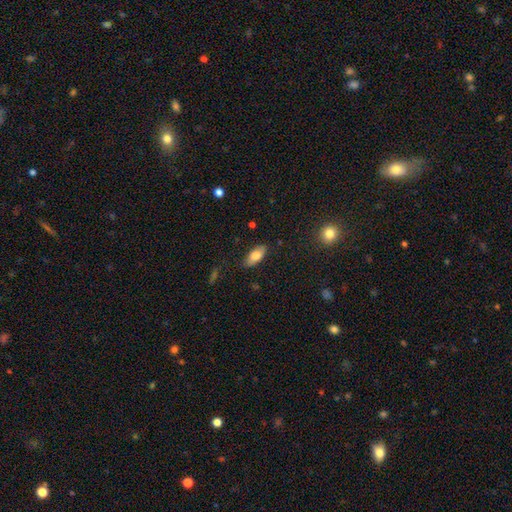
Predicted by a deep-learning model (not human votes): Smooth or featured: smooth — 76% (featured or disk — 16%)
How rounded: in between — 84% (cigar-shaped — 13%)
Merging: none — 82% (minor disturbance — 14%)